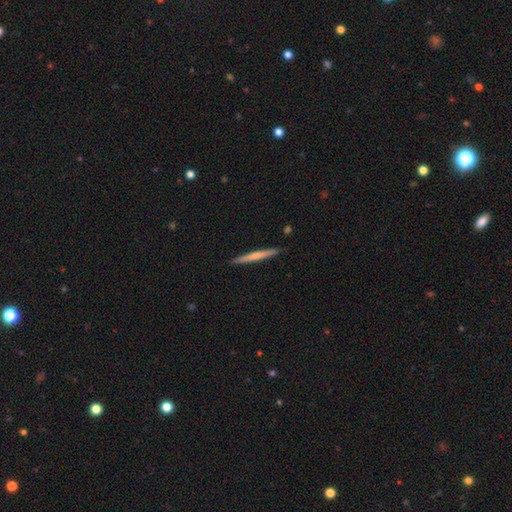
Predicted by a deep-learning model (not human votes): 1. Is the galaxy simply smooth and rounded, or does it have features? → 55% smooth, 40% featured or disk, 5% star or artifact.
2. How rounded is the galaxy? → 97% cigar-shaped, 2% in between, 1% round.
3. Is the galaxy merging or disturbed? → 91% none, 6% minor disturbance, 1% major disturbance, 1% merger.